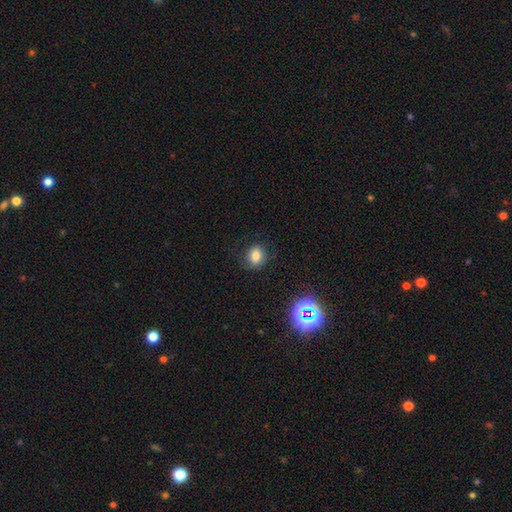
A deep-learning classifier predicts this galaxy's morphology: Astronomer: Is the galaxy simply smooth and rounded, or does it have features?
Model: smooth — 76%.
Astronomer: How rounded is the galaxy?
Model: round — 56% (runner-up: in between, 43%).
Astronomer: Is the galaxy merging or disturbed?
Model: none — 76%.